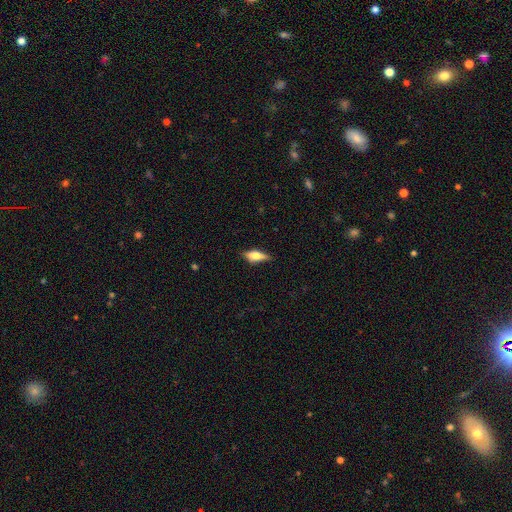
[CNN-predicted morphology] Smooth or featured? Predicted: smooth (p=0.52). How rounded? Predicted: in between (p=0.61). Merging? Predicted: none (p=0.79).